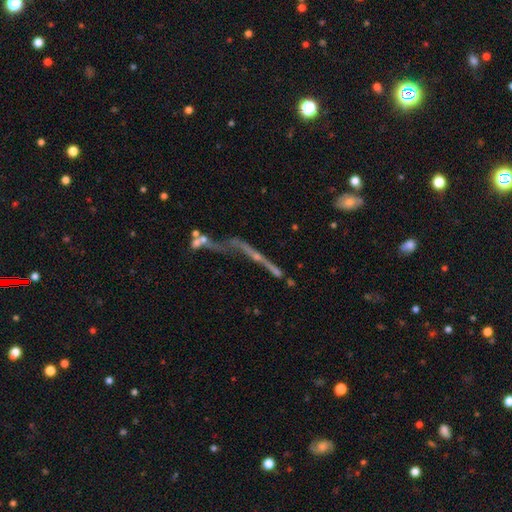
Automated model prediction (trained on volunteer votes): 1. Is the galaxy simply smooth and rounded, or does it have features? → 60% featured or disk, 24% star or artifact, 16% smooth.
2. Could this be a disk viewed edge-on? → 62% yes, 38% no.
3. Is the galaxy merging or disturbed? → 34% none, 29% merger, 24% major disturbance, 13% minor disturbance.